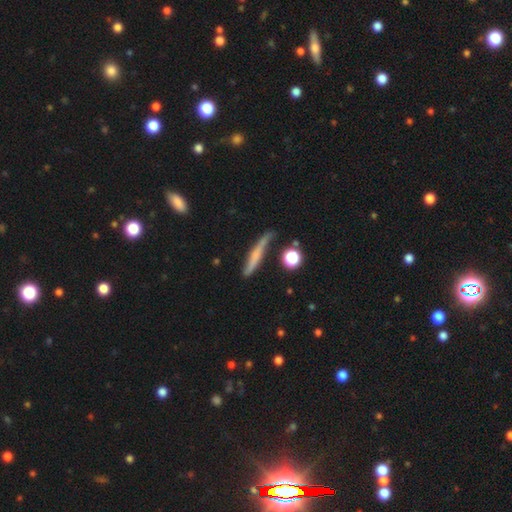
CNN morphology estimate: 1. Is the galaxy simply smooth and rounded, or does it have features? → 48% smooth, 43% featured or disk, 9% star or artifact.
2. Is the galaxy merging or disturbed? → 63% none, 24% minor disturbance, 8% major disturbance, 5% merger.